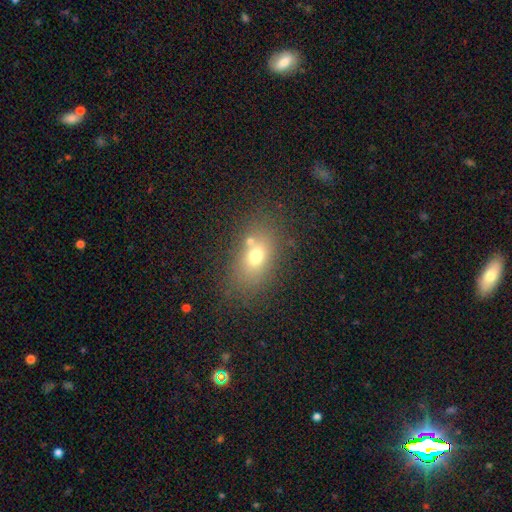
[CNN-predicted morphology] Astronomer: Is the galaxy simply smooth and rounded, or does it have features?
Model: smooth — 68%.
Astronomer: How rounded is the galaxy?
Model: in between — 77%.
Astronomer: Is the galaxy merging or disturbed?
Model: none — 68%.